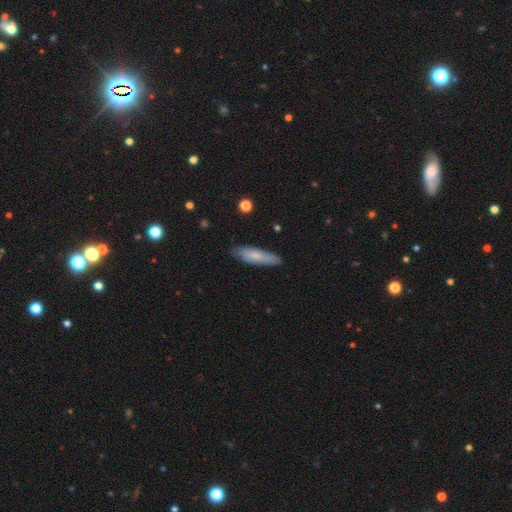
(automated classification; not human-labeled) A smooth galaxy with no disk features (72%) that is cigar-shaped (69%).

Vote fractions:
- Smooth or featured? smooth: 72% / featured or disk: 22% / star or artifact: 6%
- How rounded? cigar-shaped: 69% / in between: 29% / round: 2%
- Merging? none: 83% / minor disturbance: 14% / major disturbance: 2% / merger: 1%